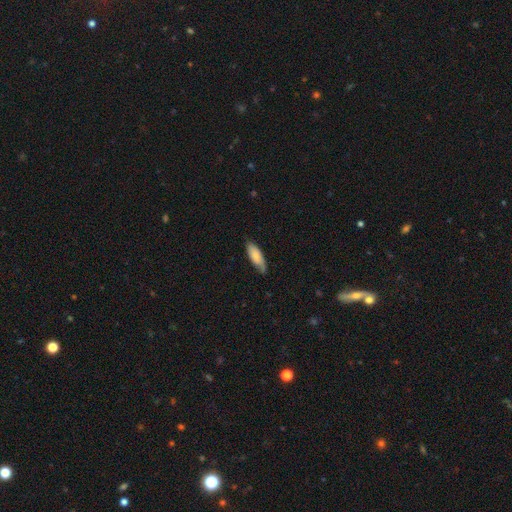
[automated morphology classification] Q: Smooth or featured?
A: smooth (77%); runner-up: featured or disk (17%)
Q: How rounded?
A: in between (63%); runner-up: cigar-shaped (36%)
Q: Merging?
A: none (70%); runner-up: minor disturbance (24%)